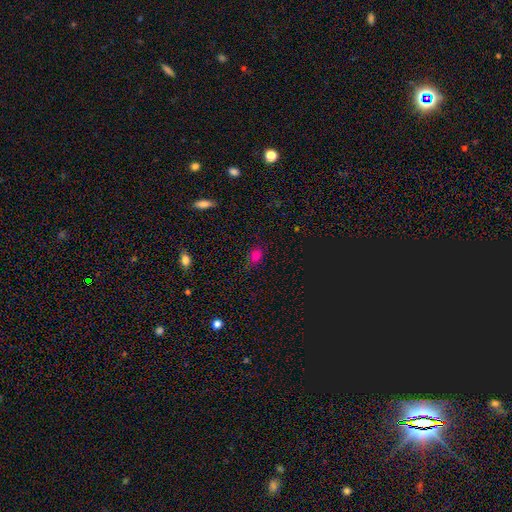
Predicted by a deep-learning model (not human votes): The model was most divided on "how rounded": in between: 62%, round: 36%, cigar-shaped: 2%. More confident: merging — none (78%); smooth or featured — smooth (75%).